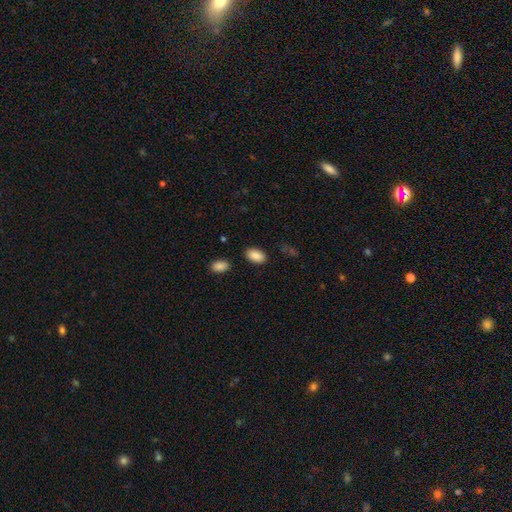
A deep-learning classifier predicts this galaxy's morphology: A smooth galaxy with no disk features (88%) that is in between round and cigar-shaped (93%). Merging: none (86%).